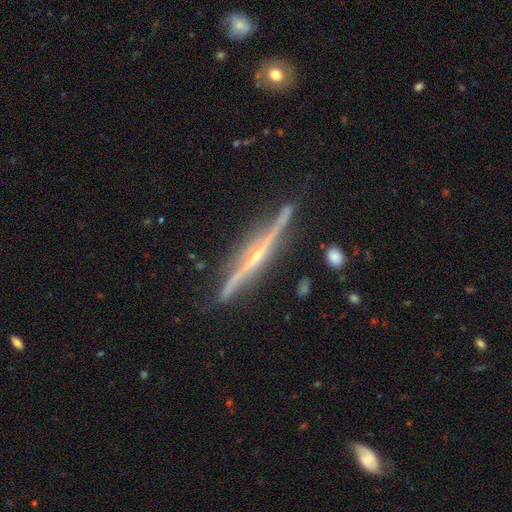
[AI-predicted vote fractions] Morphology: type=featured or disk (86%); edge-on=yes (98%); edge-on bulge=rounded (70%); merging=none (84%).